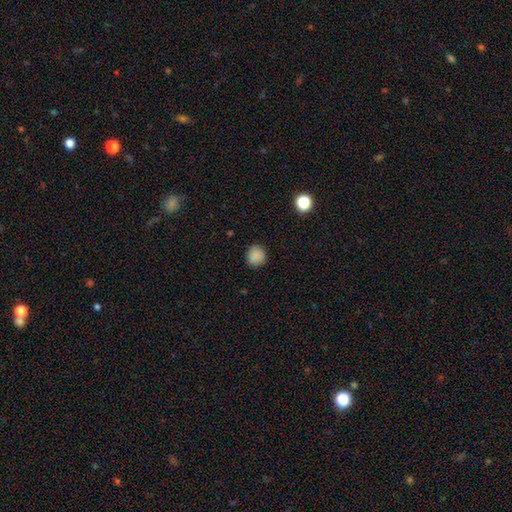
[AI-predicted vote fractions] Smooth or featured?
  - smooth: 86% *
  - star or artifact: 11%
  - featured or disk: 3%
How rounded?
  - round: 89% *
  - in between: 10%
  - cigar-shaped: 1%
Merging?
  - none: 88% *
  - minor disturbance: 9%
  - major disturbance: 2%
  - merger: 1%